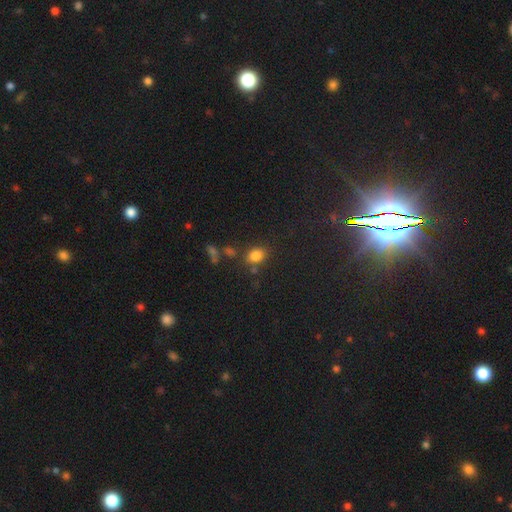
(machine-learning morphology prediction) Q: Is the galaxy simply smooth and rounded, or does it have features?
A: smooth — 81%.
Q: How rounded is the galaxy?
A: in between — 56%.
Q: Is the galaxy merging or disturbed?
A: none — 72%.